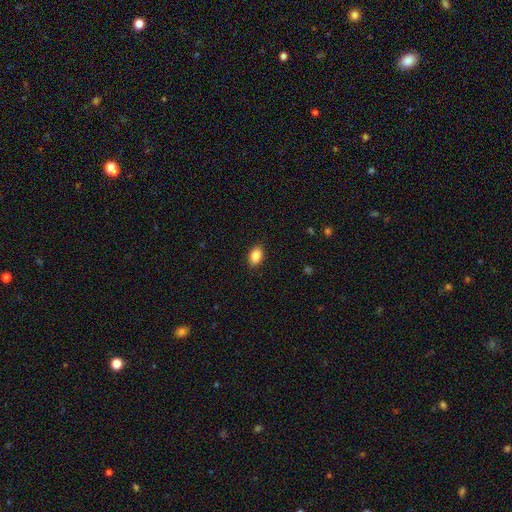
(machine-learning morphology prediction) smooth_or_featured: smooth (p=0.87) [alt: star or artifact p=0.08]
how_rounded: in between (p=0.85) [alt: round p=0.13]
merging: none (p=0.88) [alt: minor disturbance p=0.09]